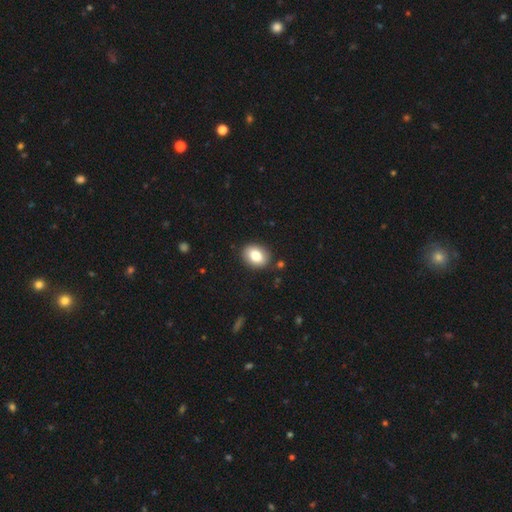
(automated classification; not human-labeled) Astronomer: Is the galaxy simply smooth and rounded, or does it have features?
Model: smooth — 81%.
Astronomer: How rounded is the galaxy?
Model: in between — 60% (runner-up: round, 39%).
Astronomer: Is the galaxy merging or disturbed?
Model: none — 87%.